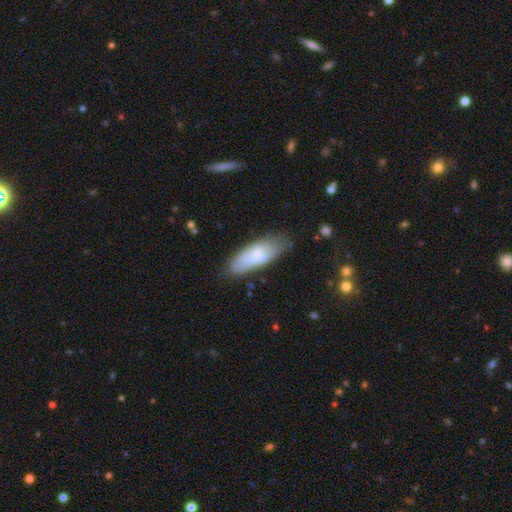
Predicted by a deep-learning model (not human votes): Smooth or featured? smooth (63%)
How rounded? in between (67%)
Merging? none (69%)